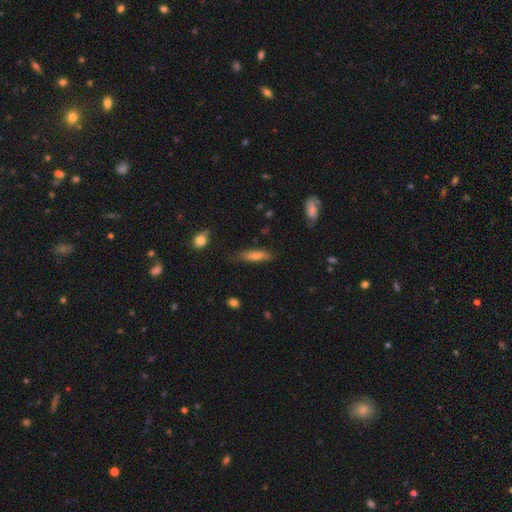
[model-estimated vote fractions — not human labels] Smooth or featured? Predicted: smooth (p=0.65). How rounded? Predicted: cigar-shaped (p=0.69). Merging? Predicted: none (p=0.73).